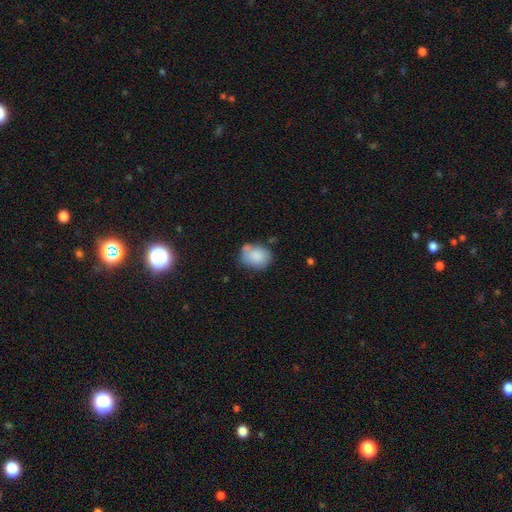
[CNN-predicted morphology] Smooth or featured: smooth — 83% (featured or disk — 9%)
How rounded: in between — 54% (round — 45%)
Merging: none — 57% (minor disturbance — 28%)